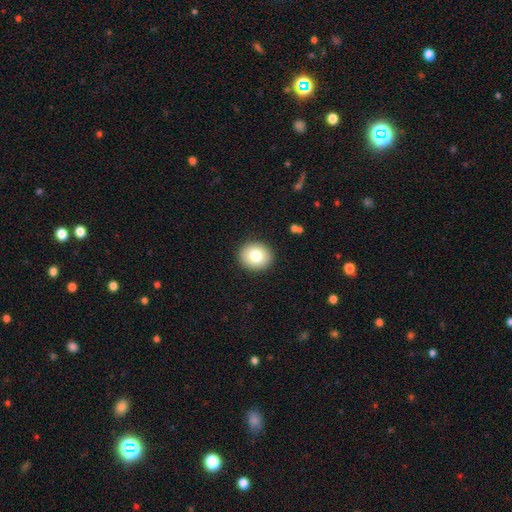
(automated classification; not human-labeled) Q: Smooth or featured?
A: smooth (79%); runner-up: featured or disk (12%)
Q: How rounded?
A: round (78%); runner-up: in between (21%)
Q: Merging?
A: none (91%); runner-up: minor disturbance (6%)